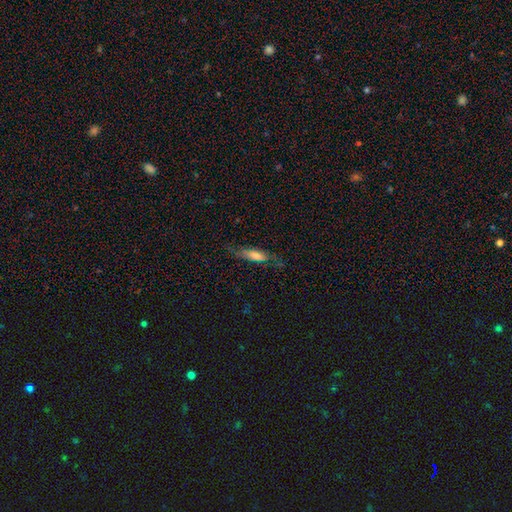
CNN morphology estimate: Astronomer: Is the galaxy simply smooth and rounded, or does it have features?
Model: featured or disk — 46% (runner-up: smooth, 43%).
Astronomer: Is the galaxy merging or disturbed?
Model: none — 69%.